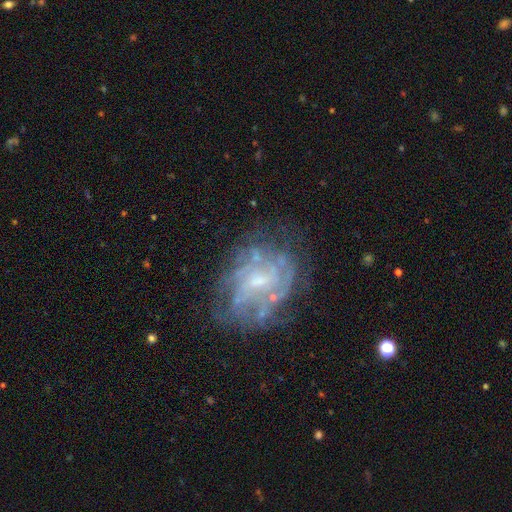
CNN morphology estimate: featured or disk 80%, smooth 12%, star or artifact 9%. Down the decision tree: edge-on disk — no (98%); bar — no (54%); spiral arms — yes (77%); spiral arm count — can't tell (49%); spiral winding — tight (50%); bulge size — small (52%); merging — none (60%).